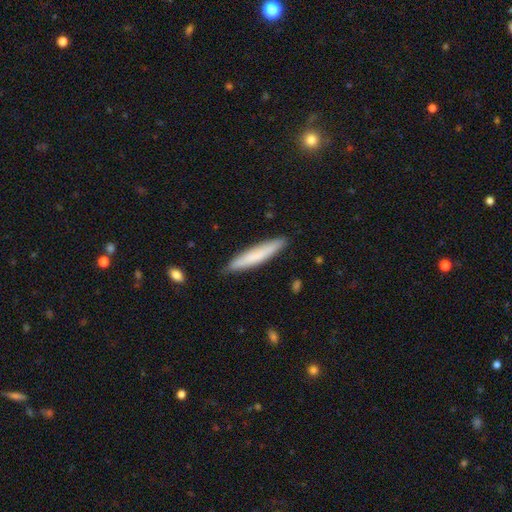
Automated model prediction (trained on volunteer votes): A smooth galaxy with no disk features (72%) that is cigar-shaped (93%). Merging: none (88%).